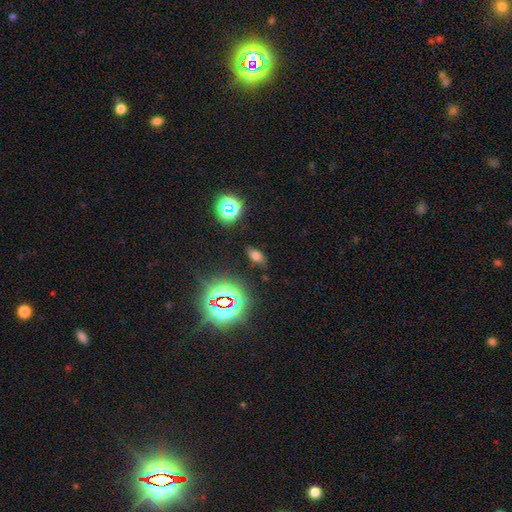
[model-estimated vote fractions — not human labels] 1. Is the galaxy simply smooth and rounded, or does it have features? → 58% smooth, 29% star or artifact, 13% featured or disk.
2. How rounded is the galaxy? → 80% in between, 11% round, 9% cigar-shaped.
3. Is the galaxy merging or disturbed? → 77% none, 15% minor disturbance, 5% major disturbance, 3% merger.